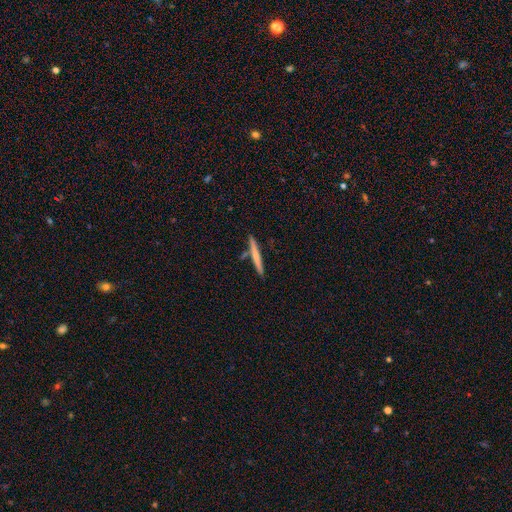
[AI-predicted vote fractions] Smooth or featured?
  - smooth: 58% *
  - featured or disk: 36%
  - star or artifact: 6%
How rounded?
  - cigar-shaped: 96% *
  - in between: 3%
  - round: 2%
Merging?
  - none: 83% *
  - minor disturbance: 9%
  - merger: 7%
  - major disturbance: 2%